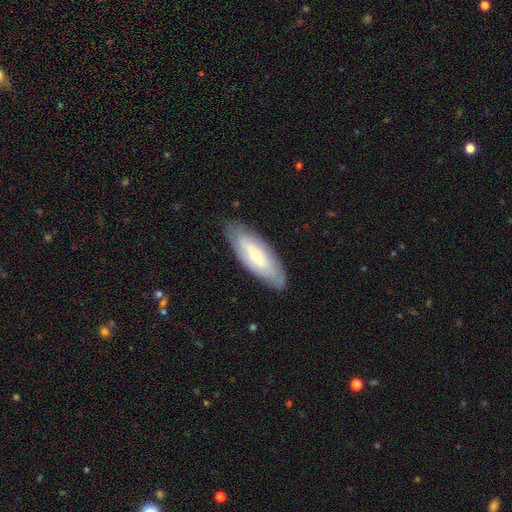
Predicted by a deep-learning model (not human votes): A featured or disk galaxy (52%).

Vote fractions:
- Smooth or featured? featured or disk: 52% / smooth: 42% / star or artifact: 6%
- Edge-on disk? no: 73% / yes: 27%
- Merging? none: 82% / minor disturbance: 14% / major disturbance: 3% / merger: 1%